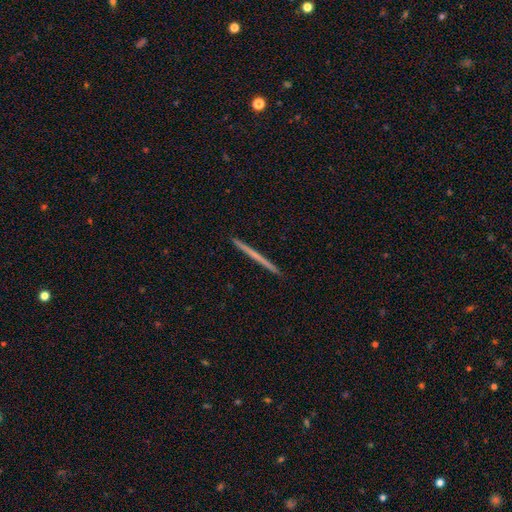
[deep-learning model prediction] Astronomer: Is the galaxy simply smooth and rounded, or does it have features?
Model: featured or disk — 52% (runner-up: smooth, 43%).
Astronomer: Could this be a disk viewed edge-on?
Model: yes — 98%.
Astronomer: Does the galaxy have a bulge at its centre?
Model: none — 91%.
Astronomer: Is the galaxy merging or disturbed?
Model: none — 93%.